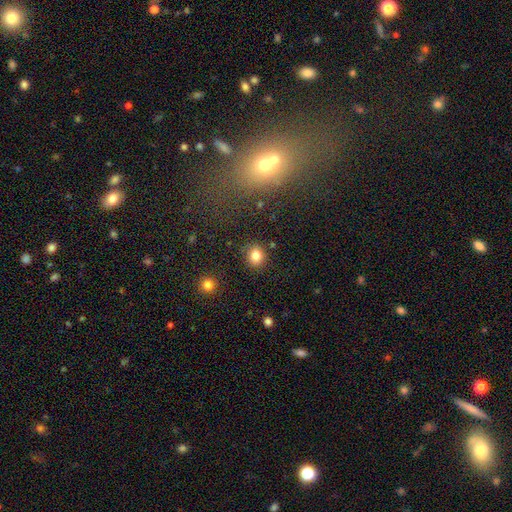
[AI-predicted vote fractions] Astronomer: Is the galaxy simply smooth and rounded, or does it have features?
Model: smooth — 82%.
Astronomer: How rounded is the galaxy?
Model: round — 80%.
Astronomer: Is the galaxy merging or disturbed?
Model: none — 86%.